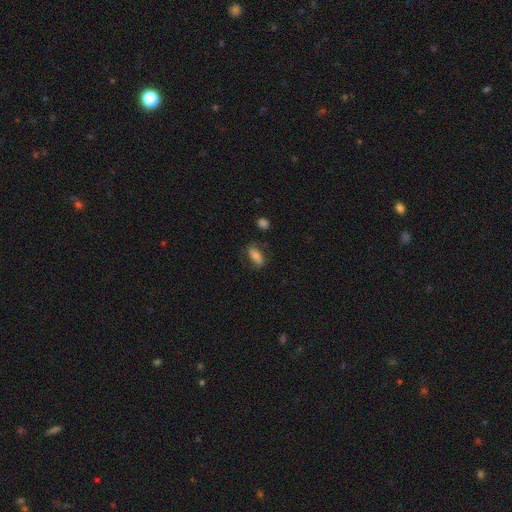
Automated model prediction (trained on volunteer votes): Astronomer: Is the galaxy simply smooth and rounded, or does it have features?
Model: smooth — 71%.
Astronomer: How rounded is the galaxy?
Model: in between — 80%.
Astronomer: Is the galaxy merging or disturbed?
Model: none — 66%.